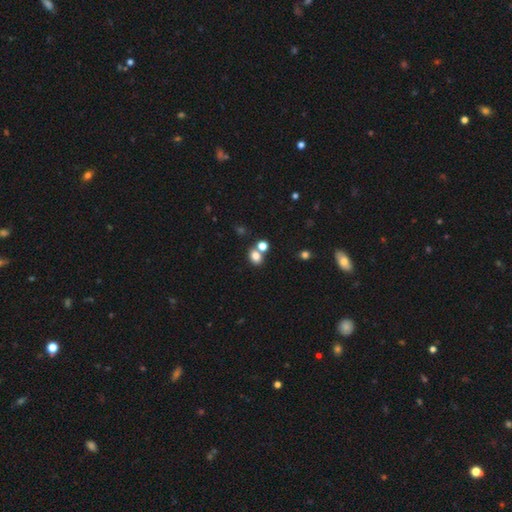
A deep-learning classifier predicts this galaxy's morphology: Smooth or featured? Predicted: smooth (p=0.78). How rounded? Predicted: in between (p=0.53). Merging? Predicted: none (p=0.54).